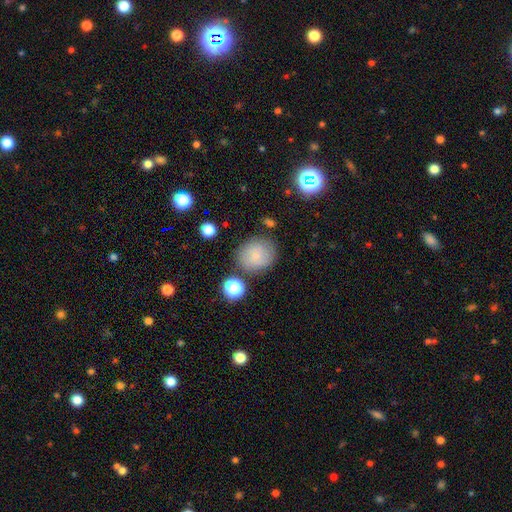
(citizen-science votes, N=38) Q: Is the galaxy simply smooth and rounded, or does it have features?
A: smooth — 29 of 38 (76%).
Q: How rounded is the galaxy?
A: round — 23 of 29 (79%).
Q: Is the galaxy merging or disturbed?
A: none — 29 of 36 (81%).